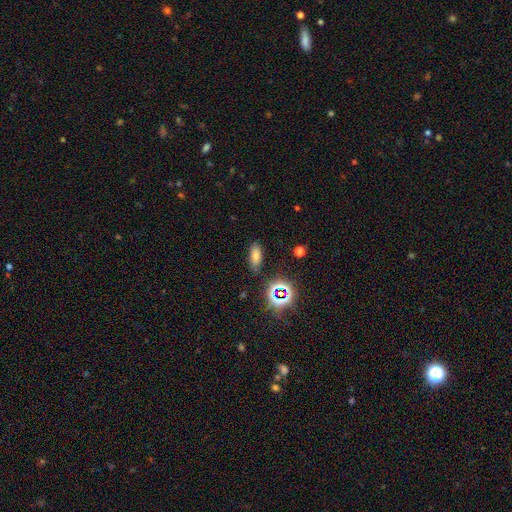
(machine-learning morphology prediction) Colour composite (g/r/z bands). It shows a smooth galaxy with no disk features (66%) that is in between round and cigar-shaped (75%). Merging: none (84%).